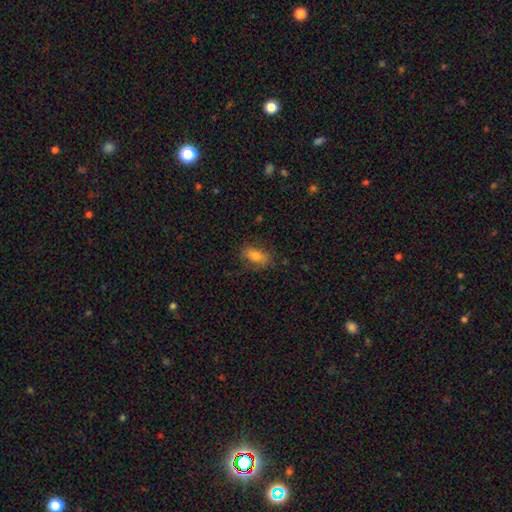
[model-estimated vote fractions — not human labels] A smooth galaxy with no disk features (73%) that is in between round and cigar-shaped (82%).

Vote fractions:
- Smooth or featured? smooth: 73% / featured or disk: 18% / star or artifact: 8%
- How rounded? in between: 82% / cigar-shaped: 12% / round: 6%
- Merging? none: 76% / minor disturbance: 17% / major disturbance: 5% / merger: 1%